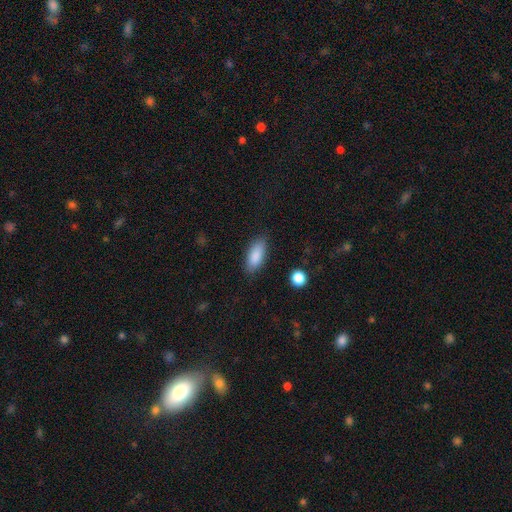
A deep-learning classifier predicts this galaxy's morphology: A smooth galaxy with no disk features (88%) that is in between round and cigar-shaped (82%). Merging: none (85%).